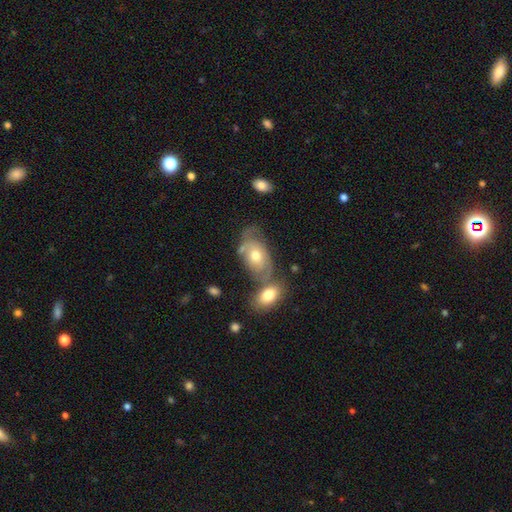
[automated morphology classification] This appears to be a featured or disk galaxy (48%). Merging: none (37%).